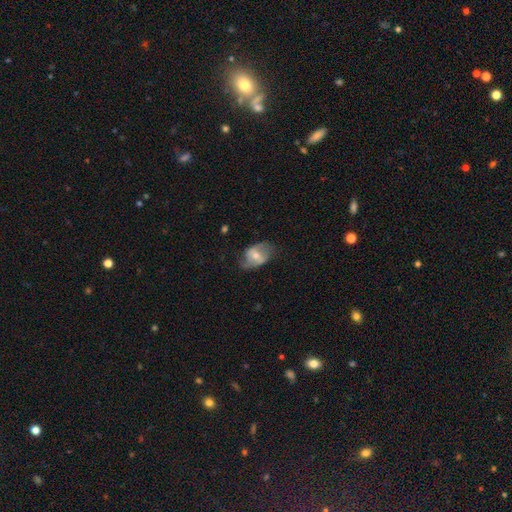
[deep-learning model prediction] This appears to be a featured or disk galaxy (56%) with a weak bar (43%), spiral arms (63%) and a moderate central bulge (56%). Merging: none (61%).